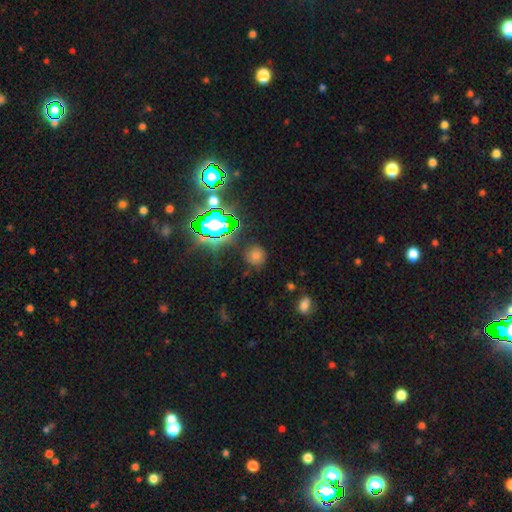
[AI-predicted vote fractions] Smooth or featured? smooth (51%)
How rounded? round (88%)
Merging? none (83%)